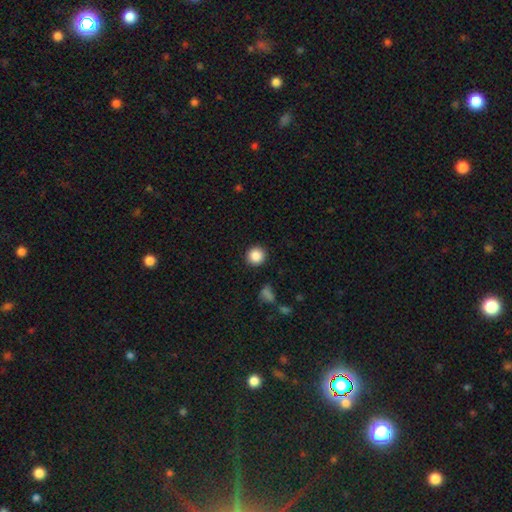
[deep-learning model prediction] A smooth galaxy with no disk features (87%) that is round (93%).

Vote fractions:
- Smooth or featured? smooth: 87% / star or artifact: 10% / featured or disk: 4%
- How rounded? round: 93% / in between: 6% / cigar-shaped: 1%
- Merging? none: 91% / minor disturbance: 6% / major disturbance: 2% / merger: 2%